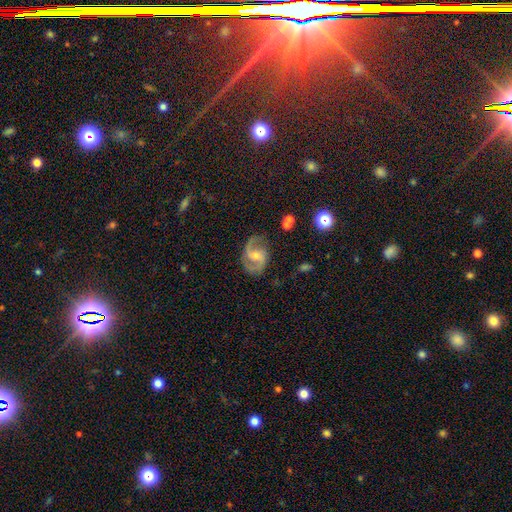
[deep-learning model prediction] Smooth or featured?
  - featured or disk: 86% *
  - smooth: 8%
  - star or artifact: 6%
Edge-on disk?
  - no: 98% *
  - yes: 2%
Bar?
  - weak: 49% *
  - no: 35%
  - strong: 16%
Spiral arms?
  - yes: 96% *
  - no: 4%
Spiral winding?
  - medium: 54% *
  - loose: 32%
  - tight: 14%
Spiral arm count?
  - 2: 91% *
  - can't tell: 3%
  - 1: 3%
  - 3: 1%
  - 4: 1%
  - more than 4: 1%
Bulge size?
  - small: 51% *
  - moderate: 41%
  - none: 5%
  - large: 3%
  - dominant: 1%
Merging?
  - none: 74% *
  - minor disturbance: 16%
  - major disturbance: 7%
  - merger: 2%